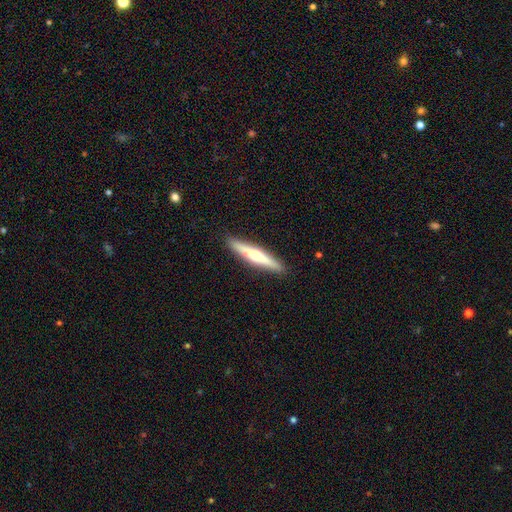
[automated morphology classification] type=featured or disk (53%); edge-on=yes (96%); edge-on bulge=rounded (85%); merging=none (91%).